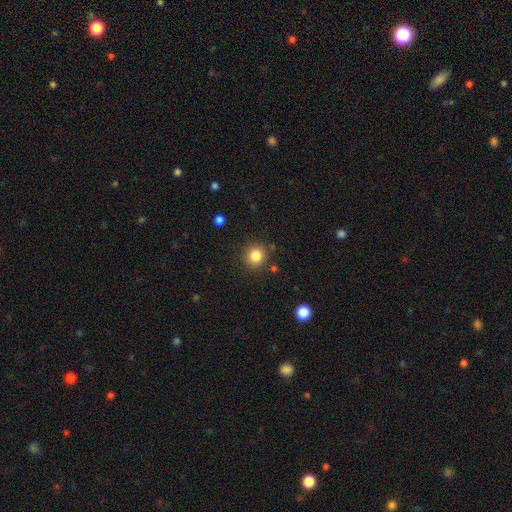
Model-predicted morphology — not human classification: Smooth or featured? Predicted: smooth (p=0.84). How rounded? Predicted: round (p=0.90). Merging? Predicted: none (p=0.86).